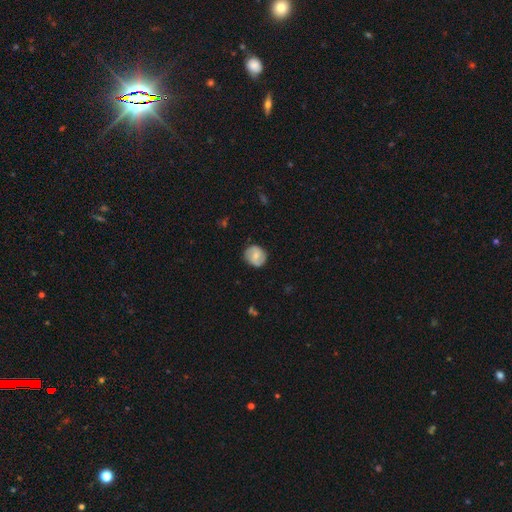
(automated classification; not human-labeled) This appears to be a smooth galaxy with no disk features (49%). Merging: none (82%).